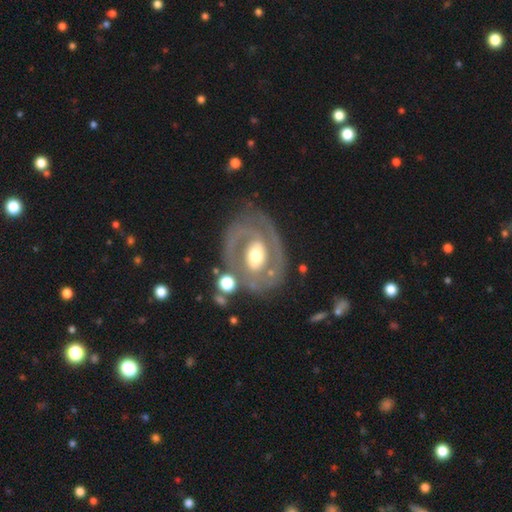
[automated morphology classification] type=featured or disk (80%); edge-on=no (96%); bar=no (45%); spiral arms=yes (69%); winding=tight (52%); arm count=2 (62%); bulge=moderate (67%); merging=none (68%).